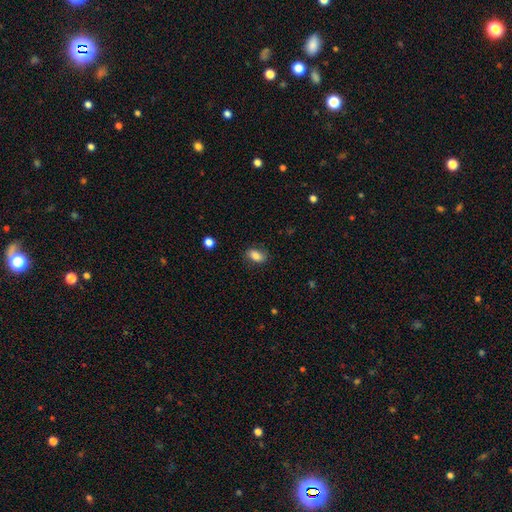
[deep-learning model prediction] A smooth galaxy with no disk features (82%) that is in between round and cigar-shaped (86%). Merging: none (79%).